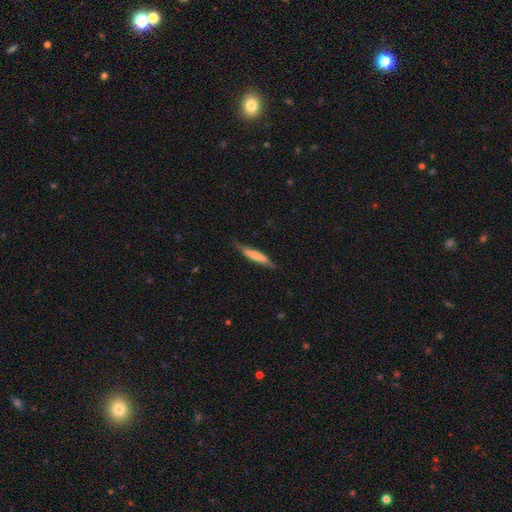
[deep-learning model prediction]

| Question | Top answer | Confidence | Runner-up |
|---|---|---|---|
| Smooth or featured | smooth | 66% | featured or disk (28%) |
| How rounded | cigar-shaped | 90% | in between (9%) |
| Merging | none | 75% | minor disturbance (20%) |